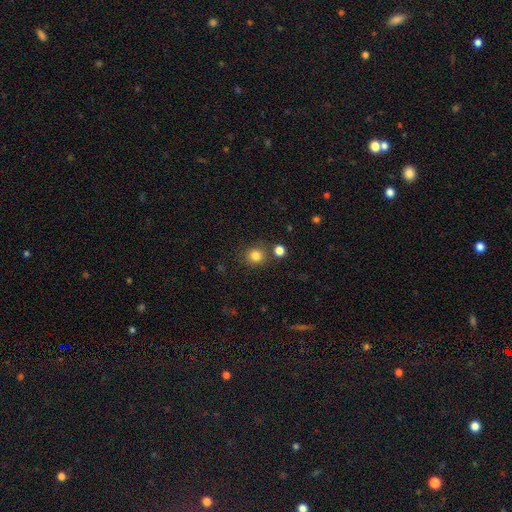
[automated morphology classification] Smooth or featured? Predicted: smooth (p=0.82). How rounded? Predicted: round (p=0.89). Merging? Predicted: none (p=0.79).